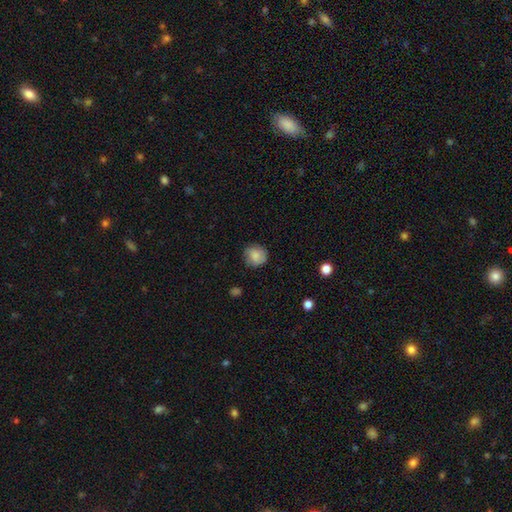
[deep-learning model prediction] smooth_or_featured: smooth (p=0.81) [alt: featured or disk p=0.11]
how_rounded: round (p=0.85) [alt: in between p=0.14]
merging: none (p=0.77) [alt: minor disturbance p=0.18]